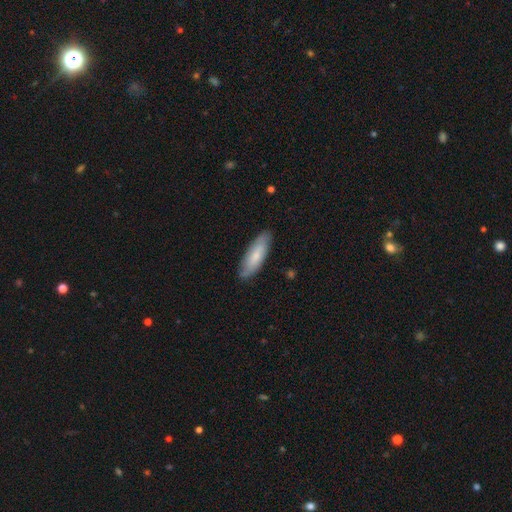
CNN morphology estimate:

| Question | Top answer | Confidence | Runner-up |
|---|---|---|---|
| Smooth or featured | smooth | 65% | featured or disk (29%) |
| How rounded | in between | 53% | cigar-shaped (45%) |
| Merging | none | 83% | minor disturbance (13%) |